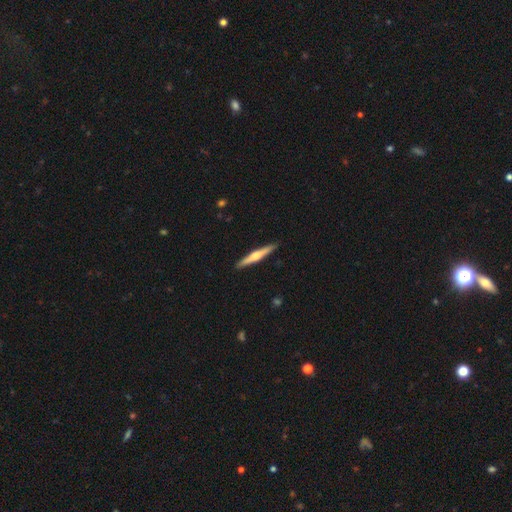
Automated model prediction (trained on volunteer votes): Smooth or featured? featured or disk (64%)
Edge-on disk? yes (98%)
Edge-on bulge? rounded (84%)
Merging? none (92%)